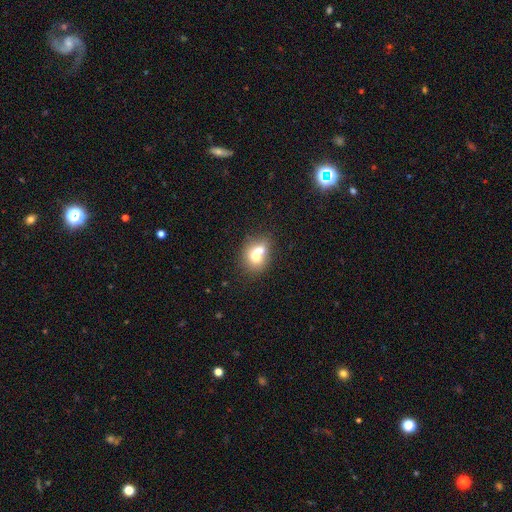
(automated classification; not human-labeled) Overall: smooth (66%). How rounded: round (60%; in between 39%). Merging: merger (58%; none 29%).